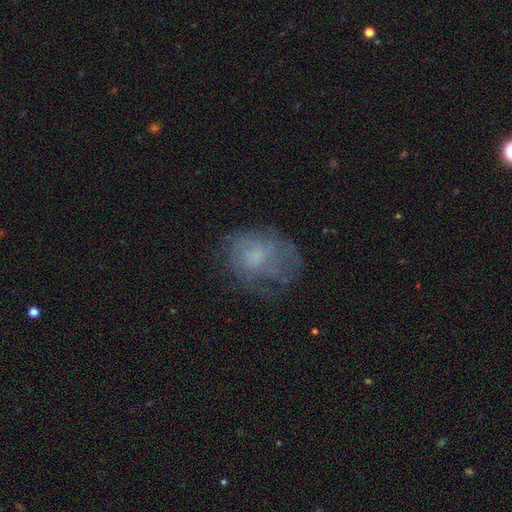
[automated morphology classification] smooth_or_featured: featured or disk (p=0.43) [tied with: smooth p=0.43]
merging: none (p=0.56) [alt: minor disturbance p=0.23]